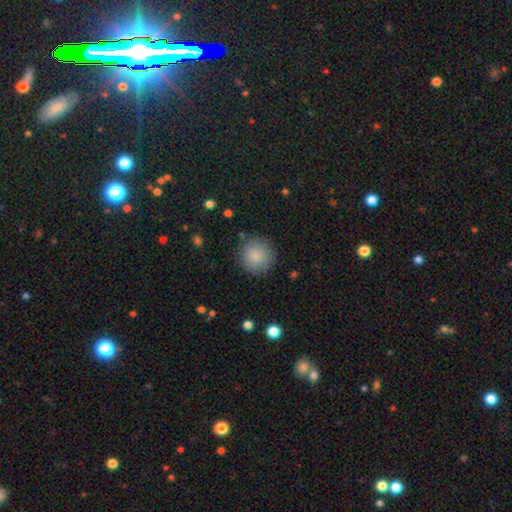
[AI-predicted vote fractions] smooth-or-featured: smooth: 87% | star or artifact: 8% | featured or disk: 5%
  how-rounded: round: 94% | in between: 5% | cigar-shaped: 1%
  merging: none: 86% | minor disturbance: 9% | major disturbance: 3% | merger: 1%